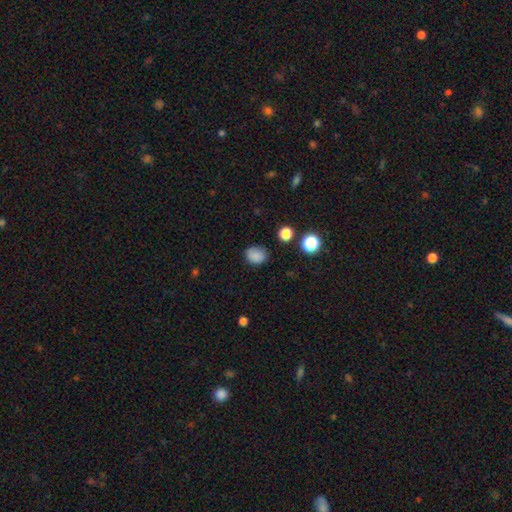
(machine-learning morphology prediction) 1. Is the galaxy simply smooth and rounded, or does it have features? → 83% smooth, 12% star or artifact, 5% featured or disk.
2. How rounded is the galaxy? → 53% round, 46% in between, 1% cigar-shaped.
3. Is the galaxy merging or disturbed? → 78% none, 16% minor disturbance, 4% major disturbance, 2% merger.